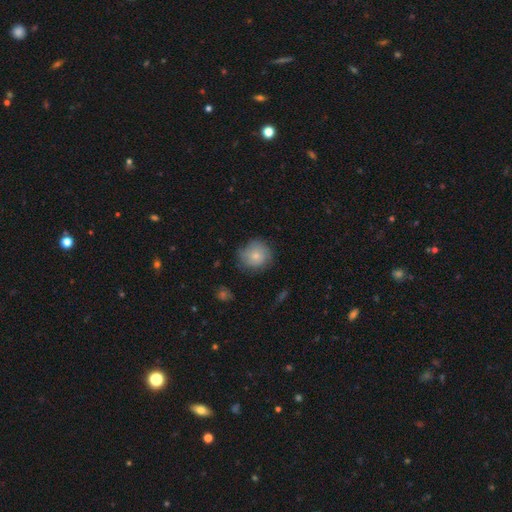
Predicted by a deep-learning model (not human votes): Smooth or featured: smooth — 76% (featured or disk — 16%)
How rounded: round — 89% (in between — 10%)
Merging: none — 72% (minor disturbance — 21%)